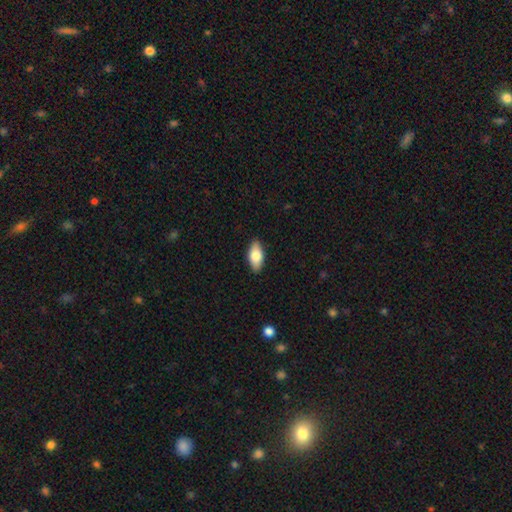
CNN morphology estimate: Overall: smooth (77%). How rounded: in between (89%). Merging: none (89%).